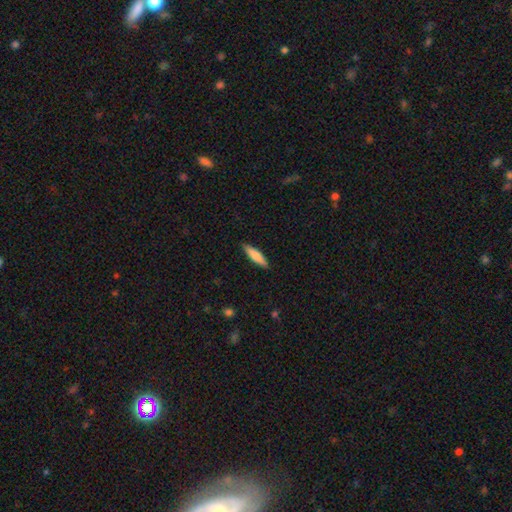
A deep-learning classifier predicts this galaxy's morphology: Smooth or featured: smooth — 76% (featured or disk — 19%)
How rounded: cigar-shaped — 75% (in between — 24%)
Merging: none — 89% (minor disturbance — 8%)